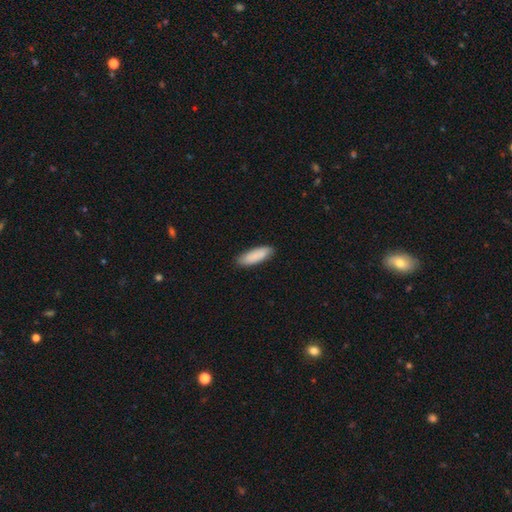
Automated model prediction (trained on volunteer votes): smooth_or_featured: smooth (p=0.88) [alt: featured or disk p=0.06]
how_rounded: in between (p=0.58) [alt: cigar-shaped p=0.41]
merging: none (p=0.86) [alt: minor disturbance p=0.11]